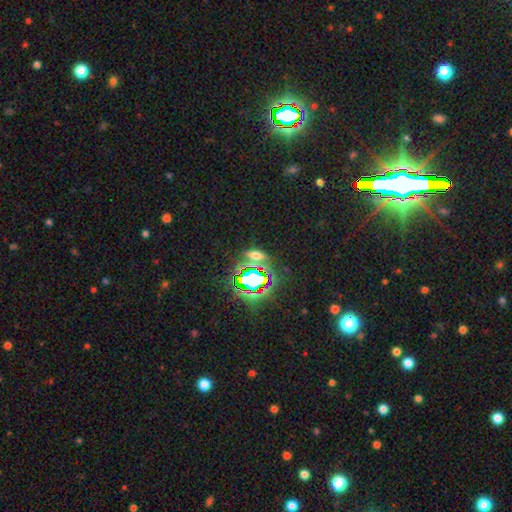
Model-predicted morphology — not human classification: star or artifact 47%, smooth 38%, featured or disk 15%.